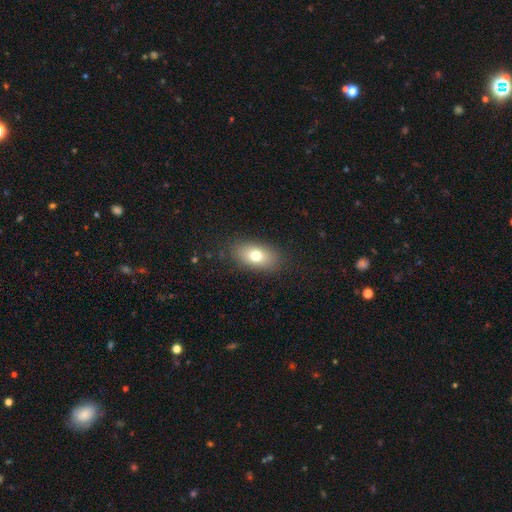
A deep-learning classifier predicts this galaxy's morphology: type=smooth (74%); roundness=in between (87%); merging=none (86%).